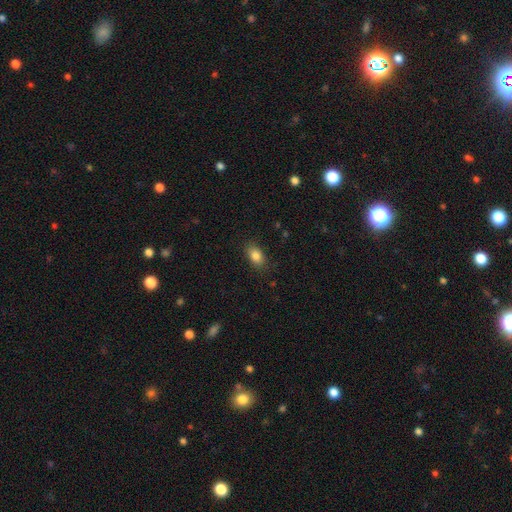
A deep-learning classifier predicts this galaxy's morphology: This appears to be a smooth galaxy with no disk features (85%) that is in between round and cigar-shaped (88%). Merging: none (85%).